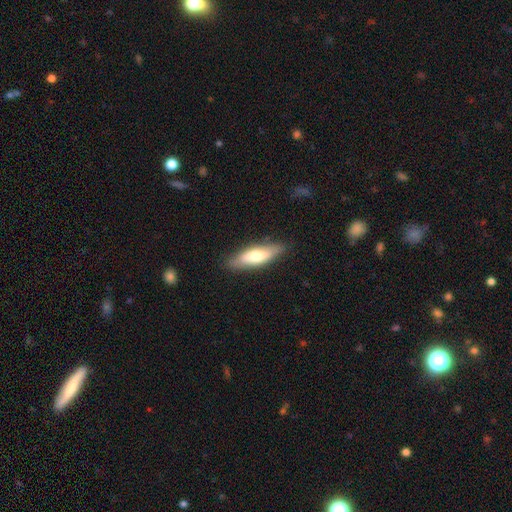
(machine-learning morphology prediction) Smooth or featured? Predicted: smooth (p=0.66). How rounded? Predicted: in between (p=0.51). Merging? Predicted: none (p=0.84).